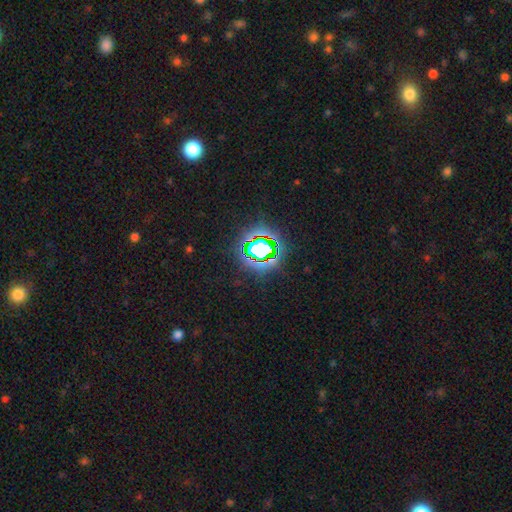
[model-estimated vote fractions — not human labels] Smooth or featured: star or artifact — 69% (smooth — 20%)